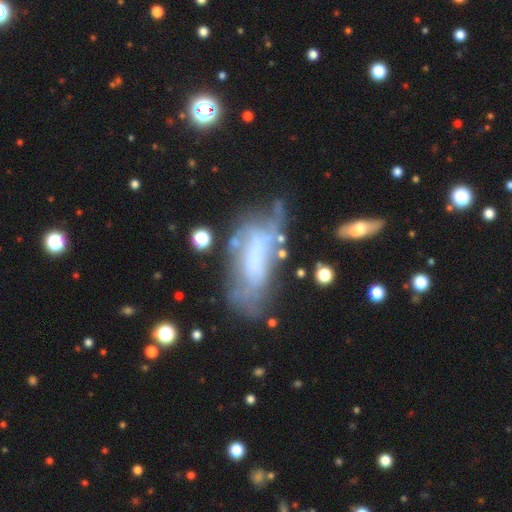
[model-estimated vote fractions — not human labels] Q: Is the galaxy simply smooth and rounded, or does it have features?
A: featured or disk — 55%.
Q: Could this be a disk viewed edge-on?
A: no — 83%.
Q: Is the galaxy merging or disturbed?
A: none — 40%.